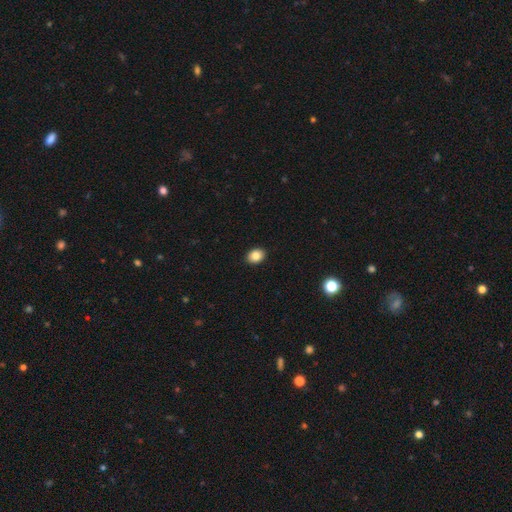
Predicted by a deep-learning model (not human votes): The model was most divided on "how rounded": in between: 60%, round: 39%, cigar-shaped: 1%. More confident: merging — none (91%); smooth or featured — smooth (86%).